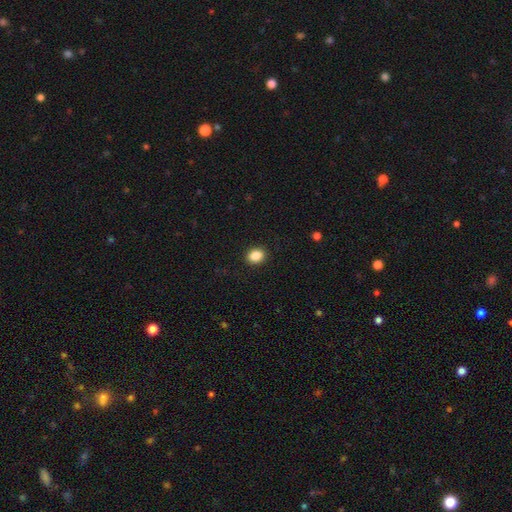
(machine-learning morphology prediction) A smooth galaxy with no disk features (87%) that is round (52%). Merging: none (91%).